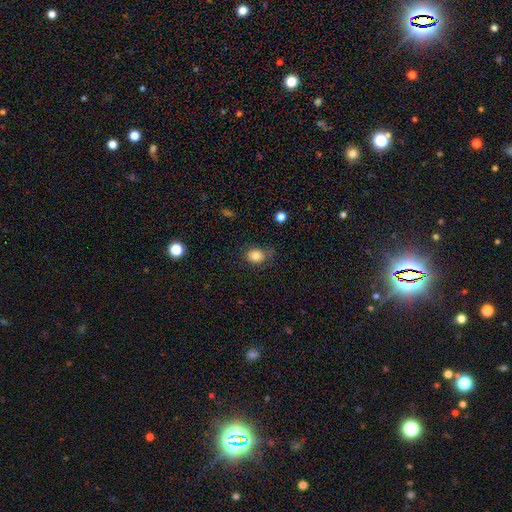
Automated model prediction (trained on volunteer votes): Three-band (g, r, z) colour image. It shows a smooth galaxy with no disk features (81%) that is round (53%). Merging: none (60%).